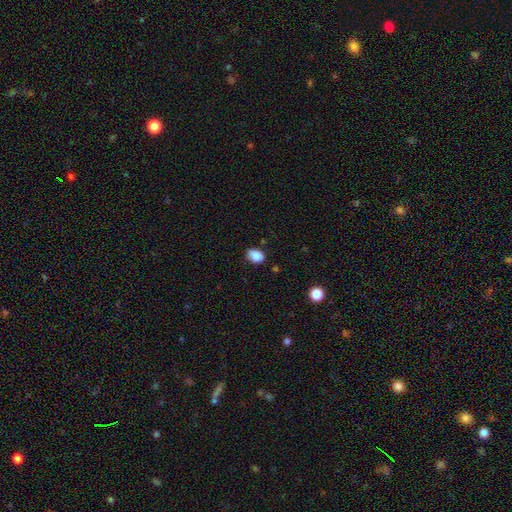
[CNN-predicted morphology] smooth_or_featured: smooth (p=0.85) [alt: star or artifact p=0.10]
how_rounded: in between (p=0.76) [alt: round p=0.23]
merging: none (p=0.68) [alt: minor disturbance p=0.25]